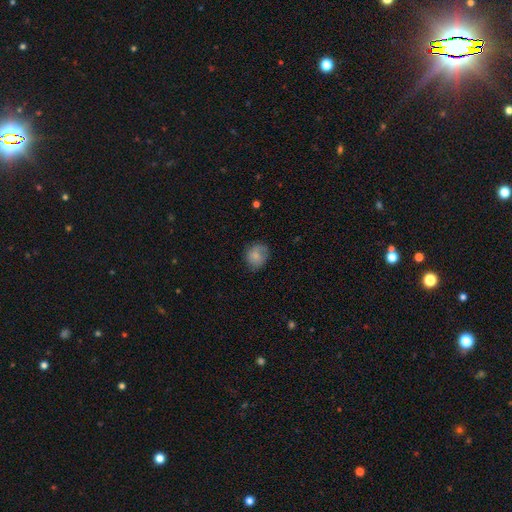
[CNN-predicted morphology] Smooth or featured? Predicted: smooth (p=0.77). How rounded? Predicted: round (p=0.68). Merging? Predicted: none (p=0.68).